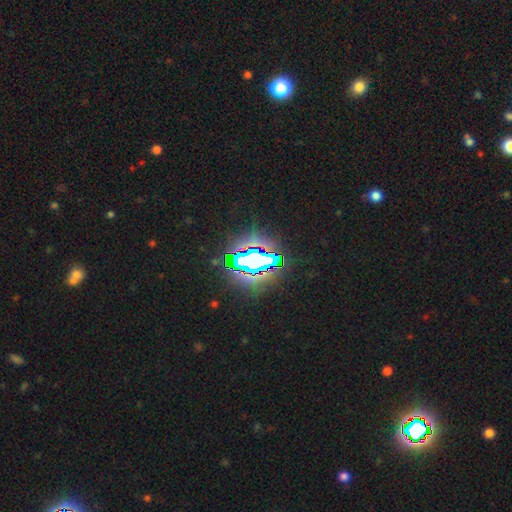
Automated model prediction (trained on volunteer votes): smooth-or-featured: star or artifact: 74% | smooth: 14% | featured or disk: 12%